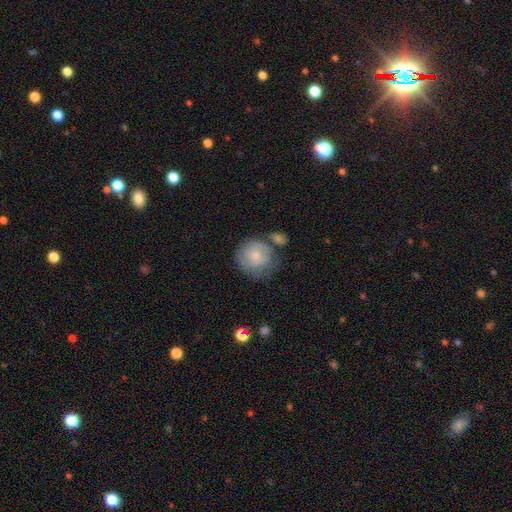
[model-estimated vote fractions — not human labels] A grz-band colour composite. It shows a smooth galaxy with no disk features (67%) that is round (88%). Merging: none (53%).